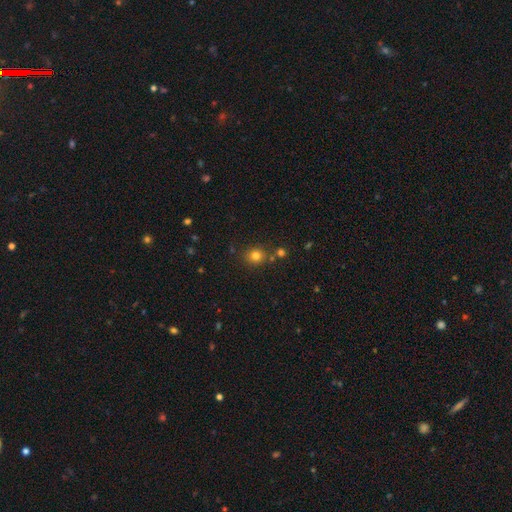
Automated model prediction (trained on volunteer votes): Smooth or featured: smooth — 78% (star or artifact — 16%)
How rounded: round — 82% (in between — 17%)
Merging: none — 78% (merger — 10%)